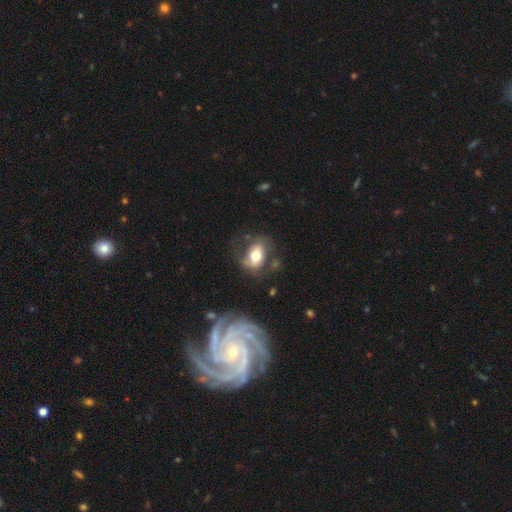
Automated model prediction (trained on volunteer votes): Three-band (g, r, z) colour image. It shows a smooth galaxy with no disk features (59%) that is in between round and cigar-shaped (77%). Merging: none (56%).